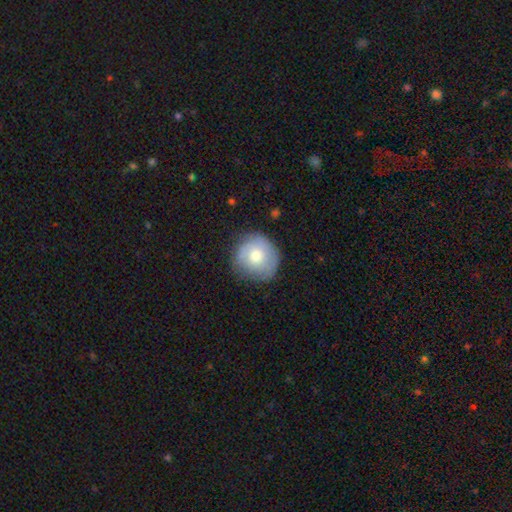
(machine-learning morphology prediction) This appears to be a smooth galaxy with no disk features (65%) that is round (90%). Merging: none (72%).